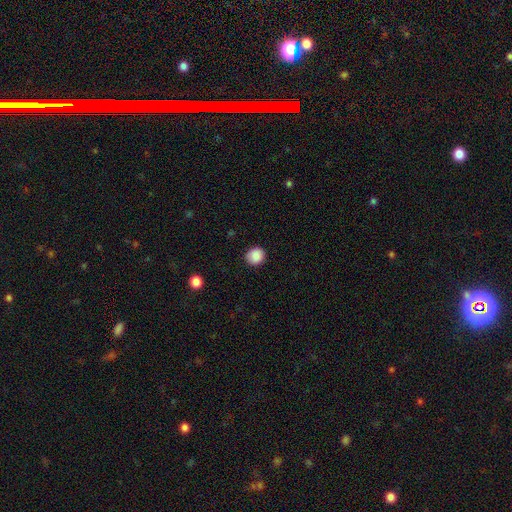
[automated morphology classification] This is clearly a smooth galaxy (88%). How rounded: clearly round (85%). Merging: clearly none (89%).